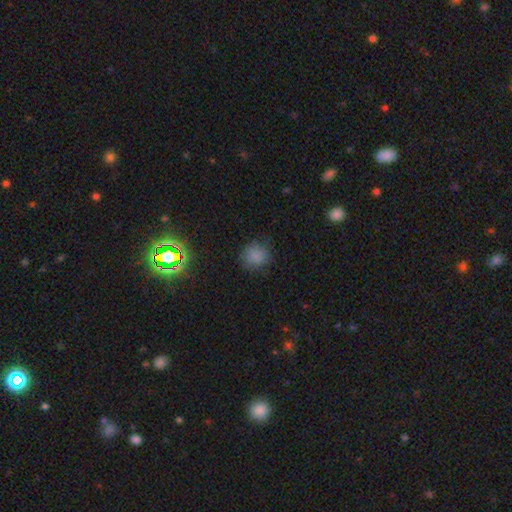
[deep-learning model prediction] Smooth or featured? smooth (80%)
How rounded? round (85%)
Merging? none (78%)